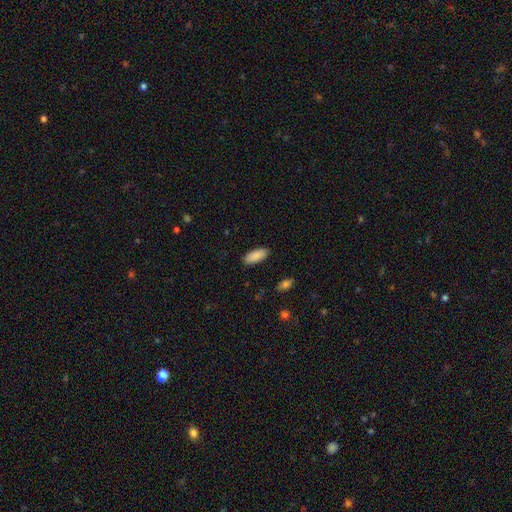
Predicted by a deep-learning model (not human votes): Smooth or featured? smooth (90%)
How rounded? in between (82%)
Merging? none (89%)